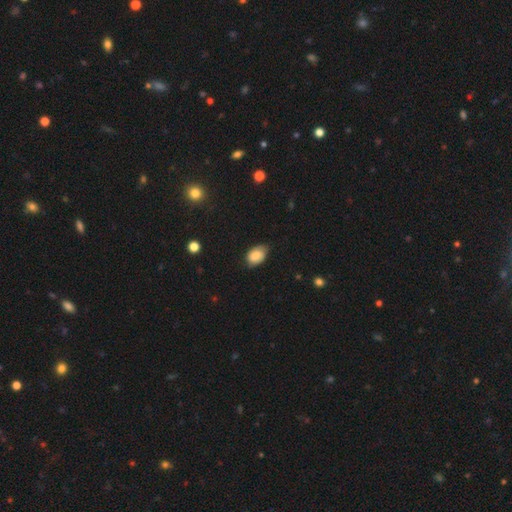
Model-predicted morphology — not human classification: This is likely a smooth galaxy (78%). How rounded: clearly in between (85%). Merging: likely none (64%).